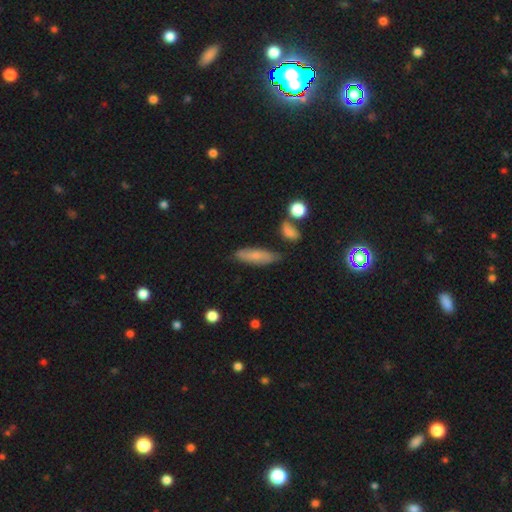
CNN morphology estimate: This is likely a smooth galaxy (68%). How rounded: possibly cigar-shaped (51%). Merging: likely none (74%).